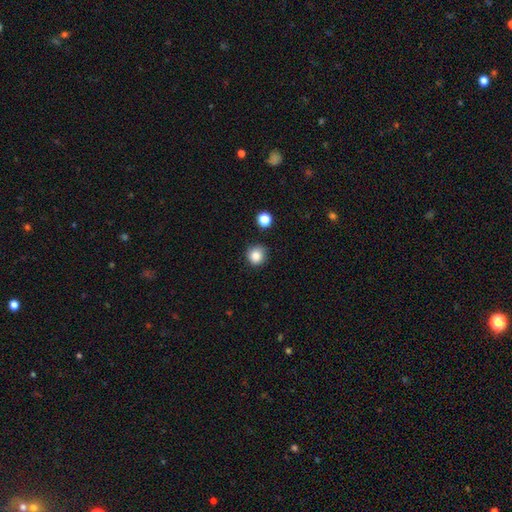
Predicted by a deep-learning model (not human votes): Q: Smooth or featured?
A: smooth (85%); runner-up: star or artifact (11%)
Q: How rounded?
A: round (91%); runner-up: in between (8%)
Q: Merging?
A: none (82%); runner-up: minor disturbance (13%)